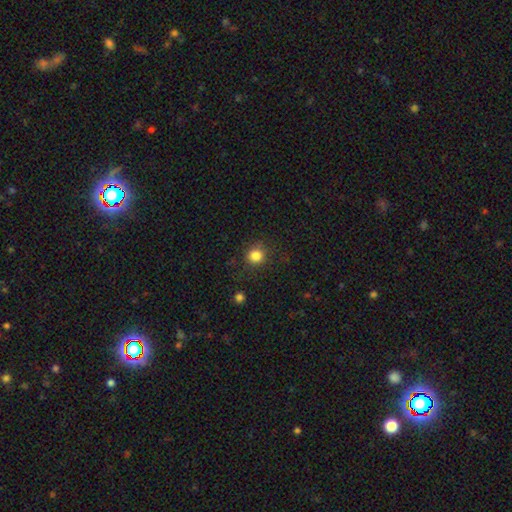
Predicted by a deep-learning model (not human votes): smooth 83%, star or artifact 12%, featured or disk 5%. Down the decision tree: how rounded — round (90%); merging — none (84%).